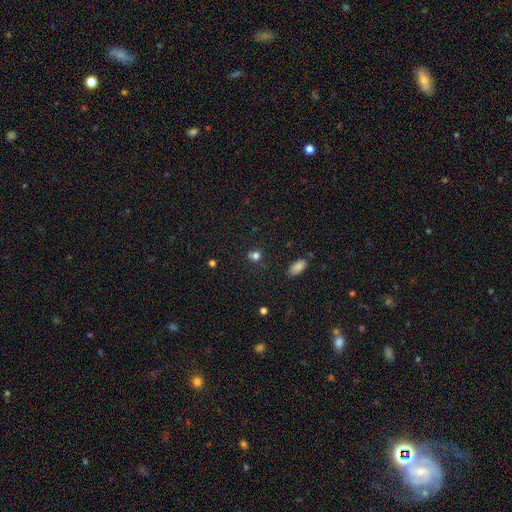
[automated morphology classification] smooth 72%, star or artifact 21%, featured or disk 8%. Down the decision tree: how rounded — round (70%); merging — none (65%).